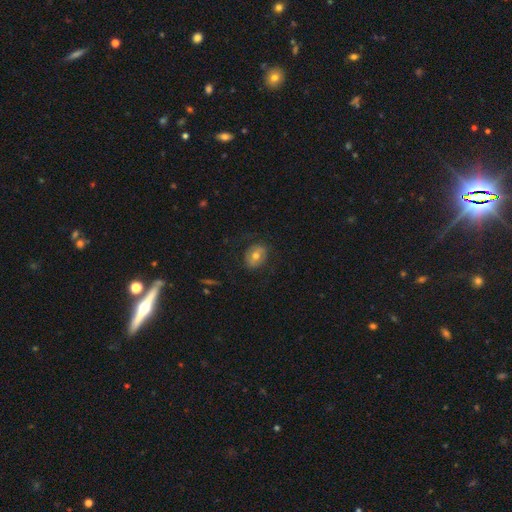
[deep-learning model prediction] Q: Smooth or featured?
A: smooth (58%); runner-up: featured or disk (33%)
Q: How rounded?
A: in between (54%); runner-up: round (45%)
Q: Merging?
A: none (76%); runner-up: minor disturbance (15%)